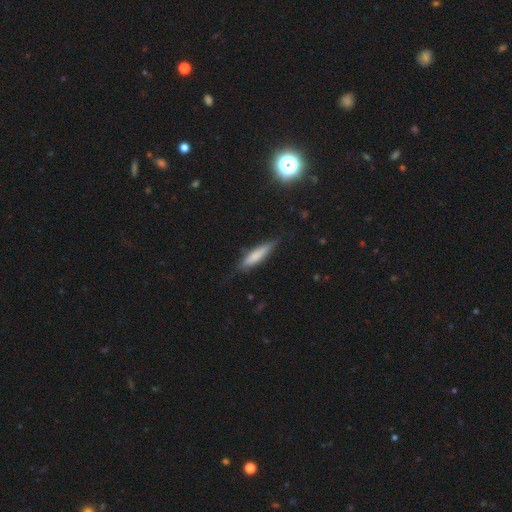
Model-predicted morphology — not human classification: A smooth galaxy with no disk features (71%) that is cigar-shaped (77%).

Vote fractions:
- Smooth or featured? smooth: 71% / featured or disk: 23% / star or artifact: 6%
- How rounded? cigar-shaped: 77% / in between: 21% / round: 2%
- Merging? none: 75% / minor disturbance: 19% / major disturbance: 4% / merger: 2%